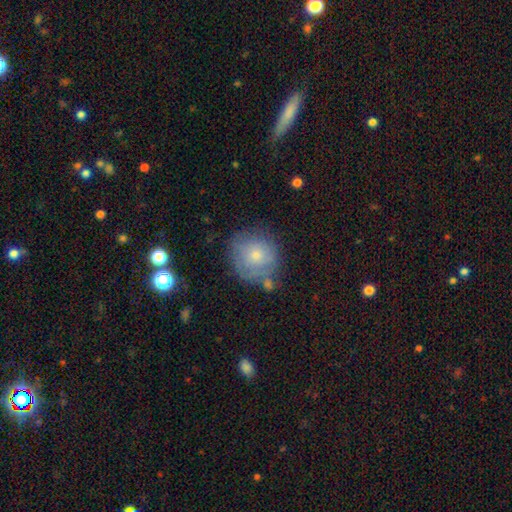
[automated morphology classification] Smooth or featured? Predicted: smooth (p=0.67). How rounded? Predicted: round (p=0.88). Merging? Predicted: none (p=0.62).